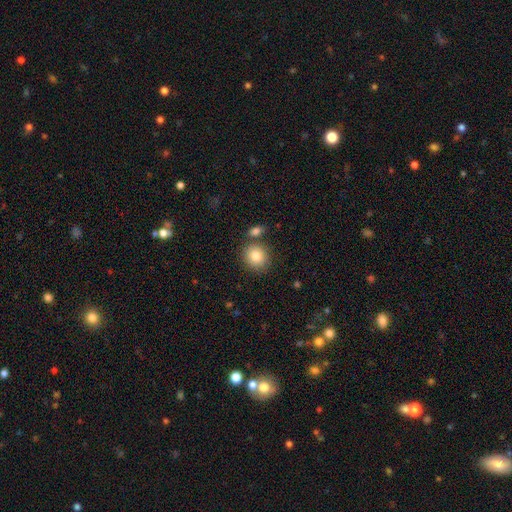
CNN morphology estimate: Smooth or featured?
  - smooth: 83% *
  - star or artifact: 9%
  - featured or disk: 8%
How rounded?
  - round: 84% *
  - in between: 15%
  - cigar-shaped: 1%
Merging?
  - none: 75% *
  - merger: 12%
  - minor disturbance: 9%
  - major disturbance: 3%